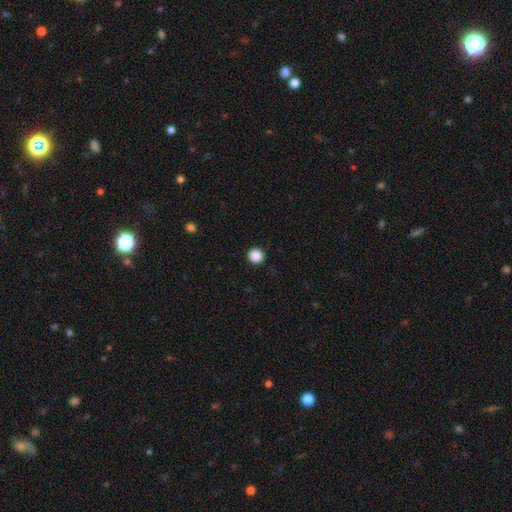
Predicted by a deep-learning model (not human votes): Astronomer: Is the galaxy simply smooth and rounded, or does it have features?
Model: smooth — 88%.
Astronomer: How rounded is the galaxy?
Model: round — 95%.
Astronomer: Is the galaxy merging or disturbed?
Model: none — 93%.